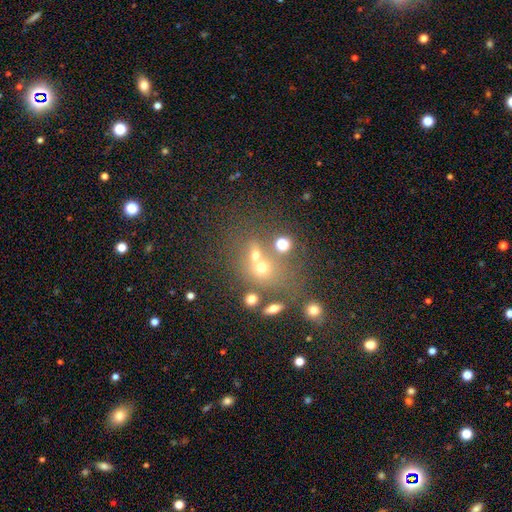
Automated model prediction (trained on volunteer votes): Smooth or featured: smooth — 59% (star or artifact — 23%)
How rounded: round — 66% (in between — 32%)
Merging: merger — 44% (none — 39%)